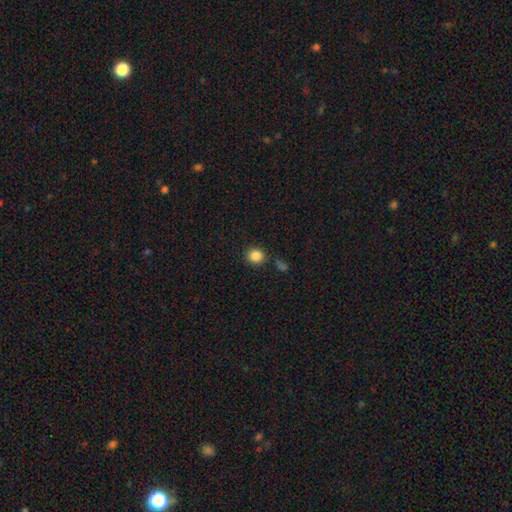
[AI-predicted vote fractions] A smooth galaxy with no disk features (85%) that is round (85%). Merging: none (84%).